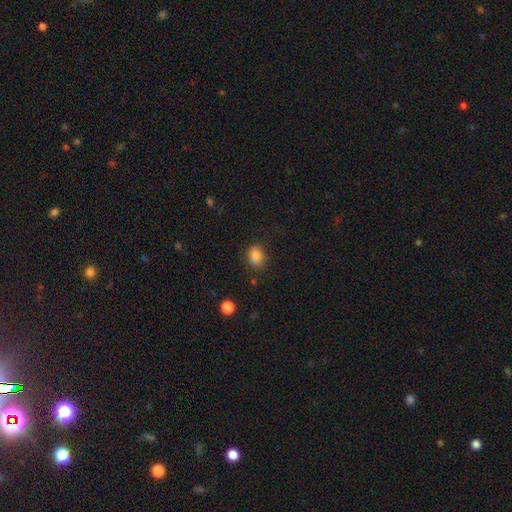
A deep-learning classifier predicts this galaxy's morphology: Q: Smooth or featured?
A: smooth (85%); runner-up: star or artifact (11%)
Q: How rounded?
A: in between (54%); runner-up: round (45%)
Q: Merging?
A: none (80%); runner-up: minor disturbance (14%)